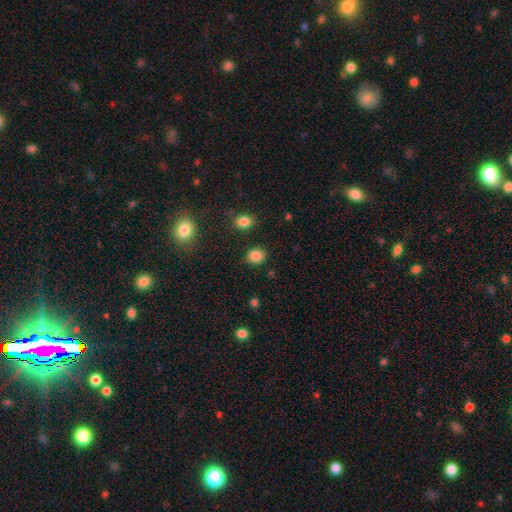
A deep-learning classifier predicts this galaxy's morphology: Smooth or featured? smooth (85%)
How rounded? round (60%)
Merging? none (85%)